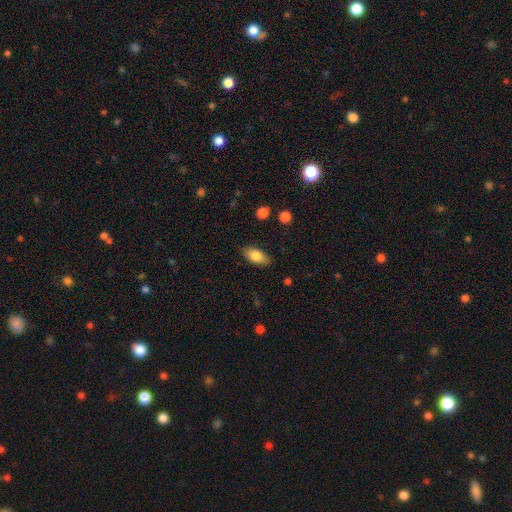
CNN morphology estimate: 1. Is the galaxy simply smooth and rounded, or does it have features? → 81% smooth, 12% featured or disk, 7% star or artifact.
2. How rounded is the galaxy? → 91% in between, 6% cigar-shaped, 4% round.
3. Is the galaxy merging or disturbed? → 86% none, 11% minor disturbance, 2% major disturbance, 1% merger.